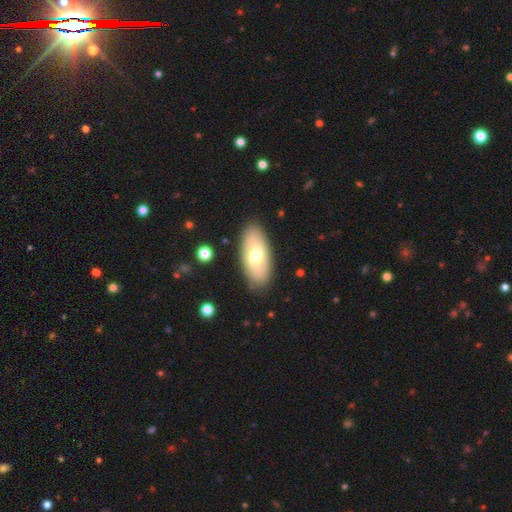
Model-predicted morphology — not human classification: Smooth or featured: smooth — 53% (featured or disk — 42%)
How rounded: in between — 89% (cigar-shaped — 8%)
Merging: none — 87% (minor disturbance — 9%)